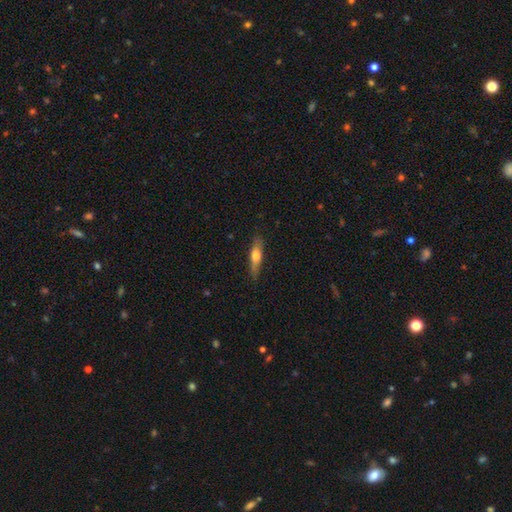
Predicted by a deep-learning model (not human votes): Smooth or featured? Predicted: smooth (p=0.56). How rounded? Predicted: cigar-shaped (p=0.76). Merging? Predicted: none (p=0.83).